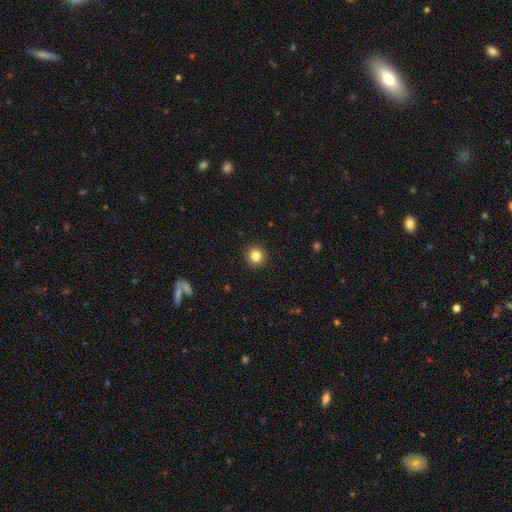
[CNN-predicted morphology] smooth_or_featured: smooth (p=0.83) [alt: star or artifact p=0.11]
how_rounded: round (p=0.93) [alt: in between p=0.06]
merging: none (p=0.92) [alt: minor disturbance p=0.05]